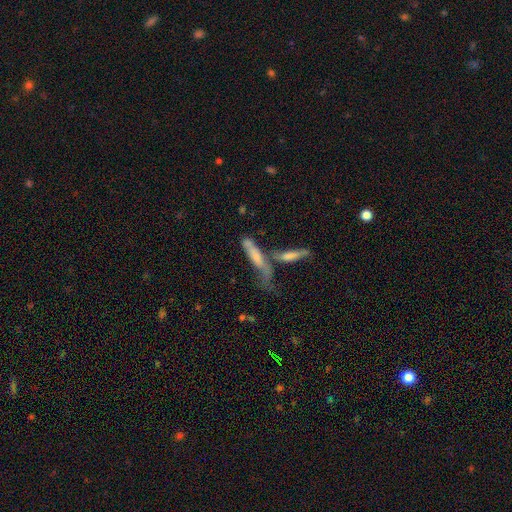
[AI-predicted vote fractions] A smooth galaxy with no disk features (53%) that is cigar-shaped (71%).

Vote fractions:
- Smooth or featured? smooth: 53% / featured or disk: 36% / star or artifact: 10%
- How rounded? cigar-shaped: 71% / in between: 27% / round: 2%
- Merging? merger: 50% / none: 23% / major disturbance: 13% / minor disturbance: 13%